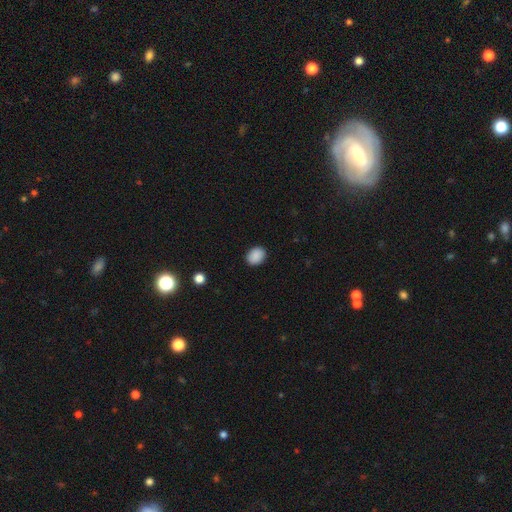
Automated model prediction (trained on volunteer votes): The model was most divided on "how rounded": in between: 58%, round: 41%, cigar-shaped: 1%. More confident: merging — none (89%); smooth or featured — smooth (89%).